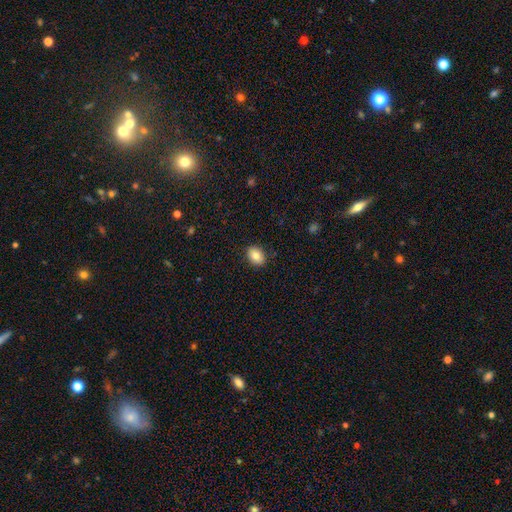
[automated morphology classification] smooth-or-featured: smooth: 83% | featured or disk: 9% | star or artifact: 8%
  how-rounded: in between: 74% | round: 25% | cigar-shaped: 1%
  merging: none: 89% | minor disturbance: 8% | major disturbance: 2% | merger: 1%